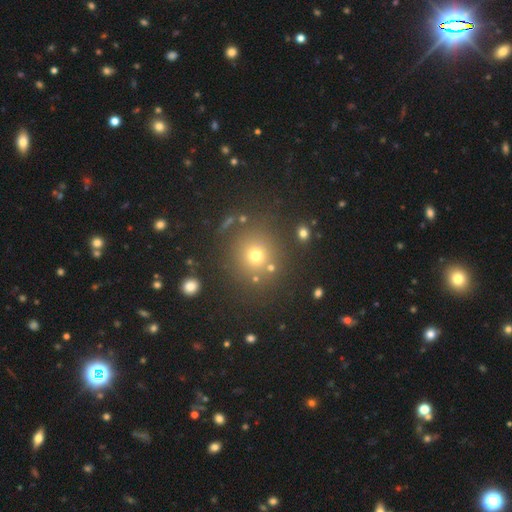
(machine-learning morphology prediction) Smooth or featured?
  - smooth: 68% *
  - star or artifact: 22%
  - featured or disk: 9%
How rounded?
  - round: 90% *
  - in between: 9%
  - cigar-shaped: 1%
Merging?
  - none: 83% *
  - minor disturbance: 8%
  - merger: 5%
  - major disturbance: 4%